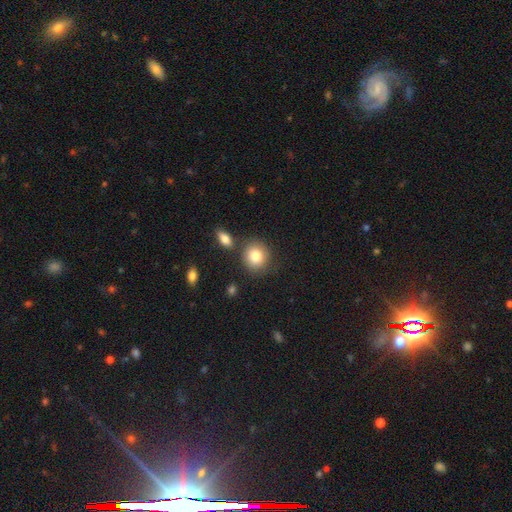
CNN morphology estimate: type=smooth (82%); roundness=round (80%); merging=none (76%).